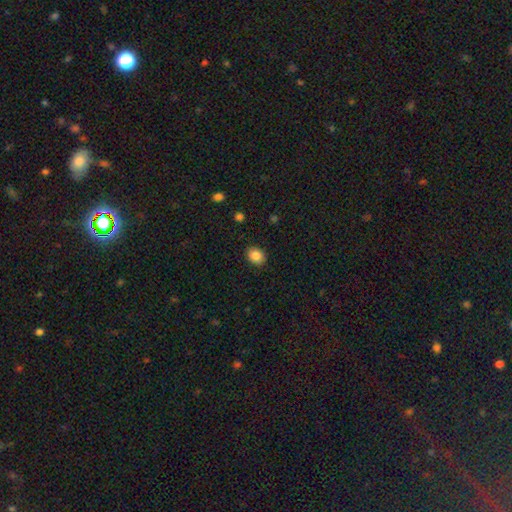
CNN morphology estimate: Q: Smooth or featured?
A: smooth (87%); runner-up: star or artifact (9%)
Q: How rounded?
A: in between (55%); runner-up: round (44%)
Q: Merging?
A: none (89%); runner-up: minor disturbance (8%)